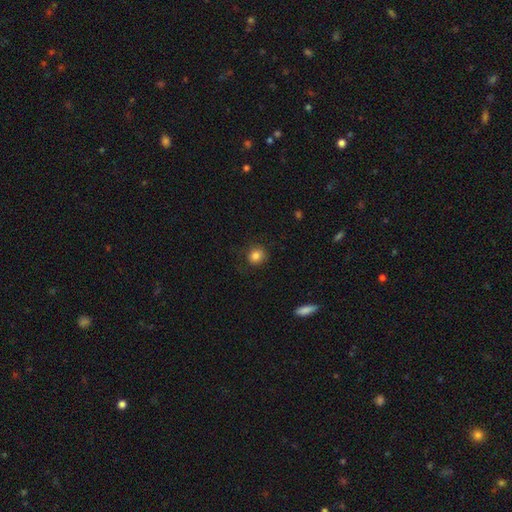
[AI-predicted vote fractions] A smooth galaxy with no disk features (84%) that is round (86%). Merging: none (81%).